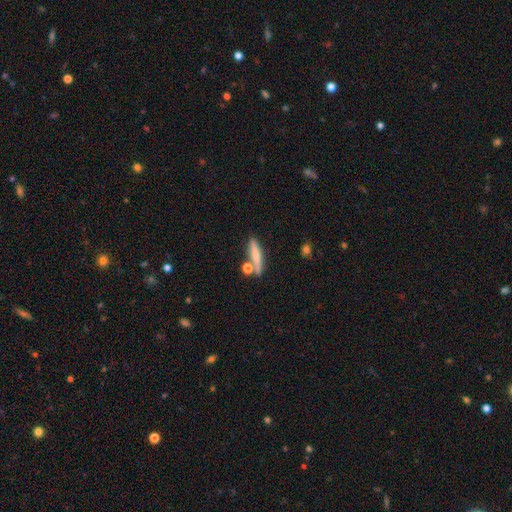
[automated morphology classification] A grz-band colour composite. It shows a smooth galaxy with no disk features (69%) that is cigar-shaped (78%). Merging: none (67%).